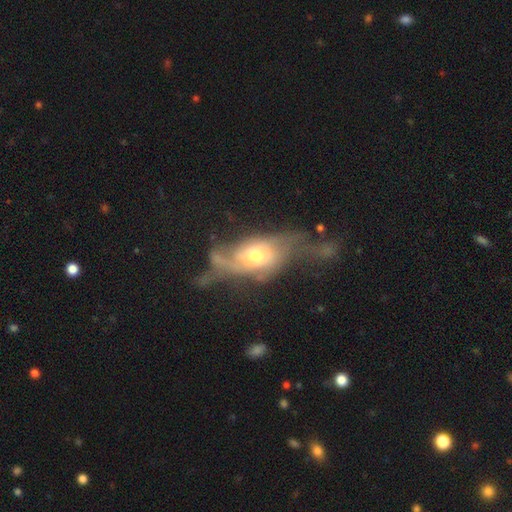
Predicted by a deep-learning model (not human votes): Smooth or featured?
  - featured or disk: 64% *
  - smooth: 29%
  - star or artifact: 8%
Edge-on disk?
  - no: 82% *
  - yes: 18%
Bar?
  - no: 75% *
  - weak: 19%
  - strong: 6%
Spiral arms?
  - yes: 56% *
  - no: 44%
Bulge size?
  - moderate: 63% *
  - small: 17%
  - large: 17%
  - dominant: 2%
  - none: 2%
Merging?
  - major disturbance: 49% *
  - none: 21%
  - minor disturbance: 21%
  - merger: 9%